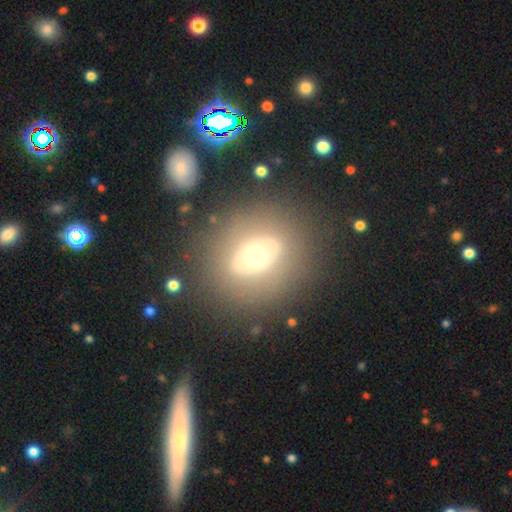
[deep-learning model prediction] Smooth or featured? featured or disk (59%)
Edge-on disk? no (92%)
Bar? no (63%)
Spiral arms? no (82%)
Bulge size? moderate (66%)
Merging? none (77%)